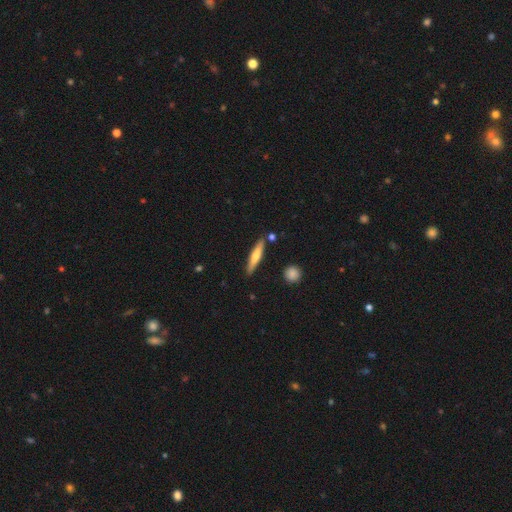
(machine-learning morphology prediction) A smooth galaxy with no disk features (55%) that is cigar-shaped (88%). Merging: none (85%).